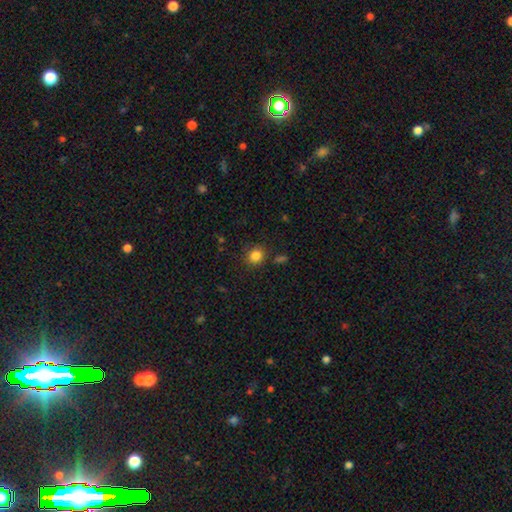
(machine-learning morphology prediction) Overall: smooth (85%). How rounded: round (82%). Merging: none (84%).